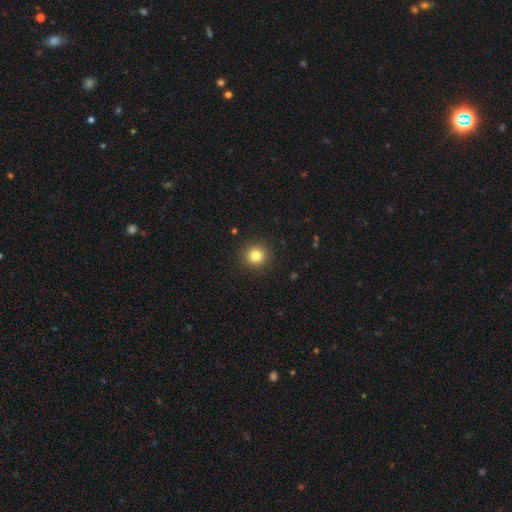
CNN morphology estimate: A smooth galaxy with no disk features (82%) that is round (94%).

Vote fractions:
- Smooth or featured? smooth: 82% / star or artifact: 12% / featured or disk: 6%
- How rounded? round: 94% / in between: 6% / cigar-shaped: 1%
- Merging? none: 92% / minor disturbance: 5% / major disturbance: 2% / merger: 1%